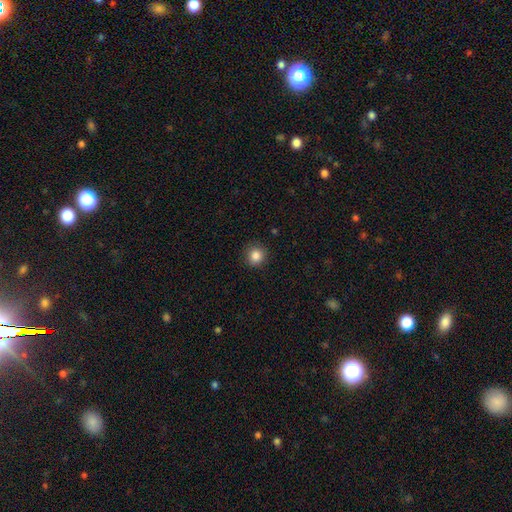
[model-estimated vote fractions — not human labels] Smooth or featured?
  - smooth: 86% *
  - star or artifact: 10%
  - featured or disk: 4%
How rounded?
  - round: 90% *
  - in between: 9%
  - cigar-shaped: 1%
Merging?
  - none: 88% *
  - minor disturbance: 8%
  - major disturbance: 2%
  - merger: 1%